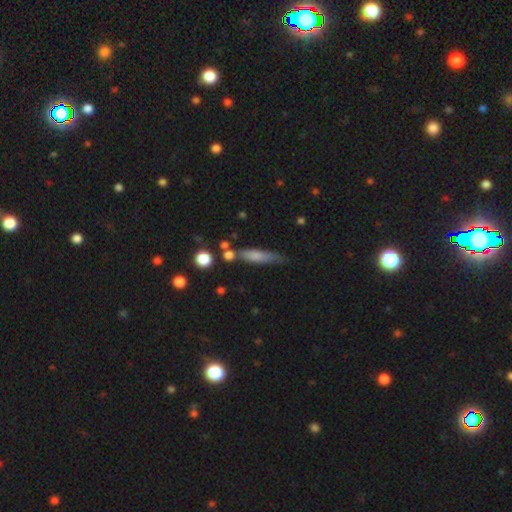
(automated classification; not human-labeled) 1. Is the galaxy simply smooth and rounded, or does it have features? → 66% smooth, 26% featured or disk, 8% star or artifact.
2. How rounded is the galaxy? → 78% cigar-shaped, 19% in between, 3% round.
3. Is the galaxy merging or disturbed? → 60% none, 23% minor disturbance, 9% merger, 7% major disturbance.